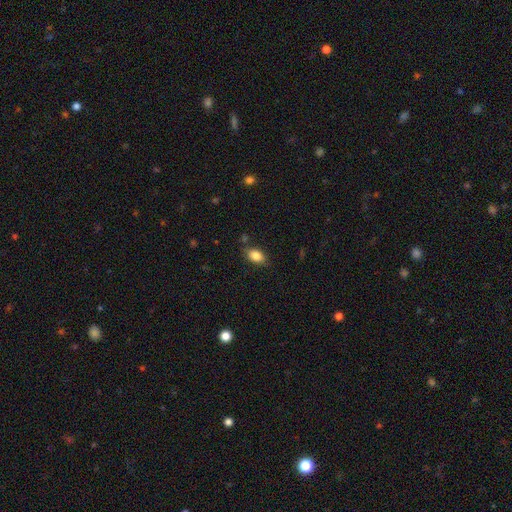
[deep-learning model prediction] This appears to be a smooth galaxy with no disk features (84%) that is in between round and cigar-shaped (87%). Merging: none (79%).